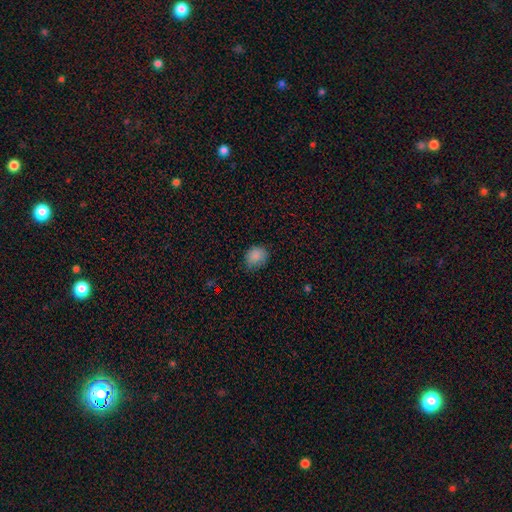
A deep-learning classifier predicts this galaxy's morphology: The model was most divided on "how rounded": round: 60%, in between: 39%, cigar-shaped: 1%. More confident: smooth or featured — smooth (86%); merging — none (73%).